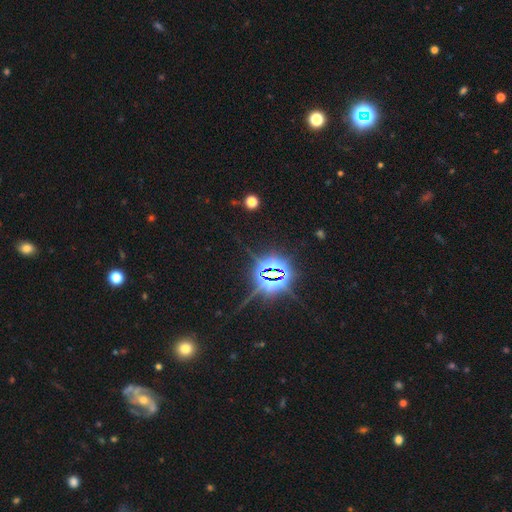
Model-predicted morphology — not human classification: Overall: star or artifact (82%).